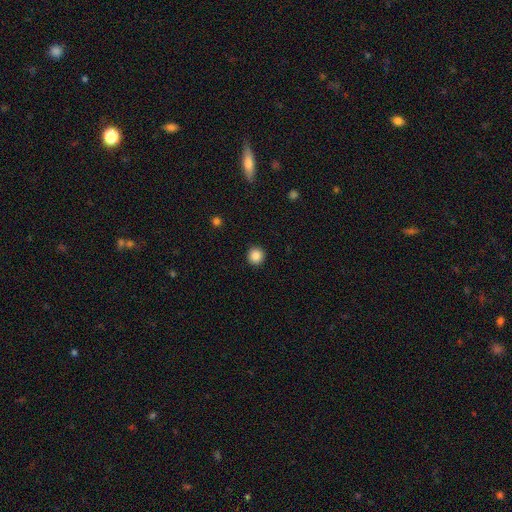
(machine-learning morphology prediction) Smooth or featured: smooth — 87% (star or artifact — 10%)
How rounded: round — 94% (in between — 5%)
Merging: none — 92% (minor disturbance — 5%)